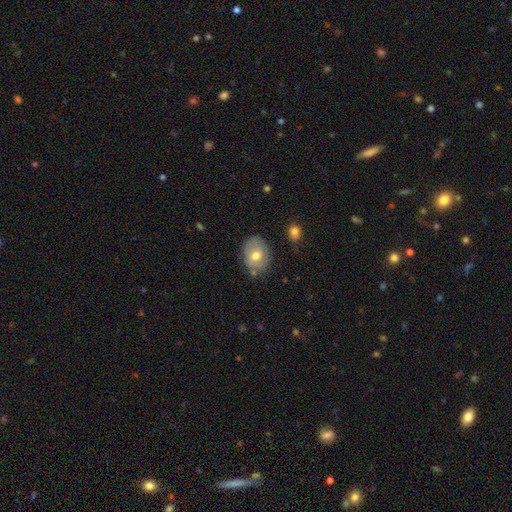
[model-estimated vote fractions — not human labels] smooth-or-featured: smooth: 62% | featured or disk: 31% | star or artifact: 8%
  how-rounded: in between: 59% | round: 40% | cigar-shaped: 1%
  merging: none: 73% | minor disturbance: 19% | major disturbance: 4% | merger: 4%